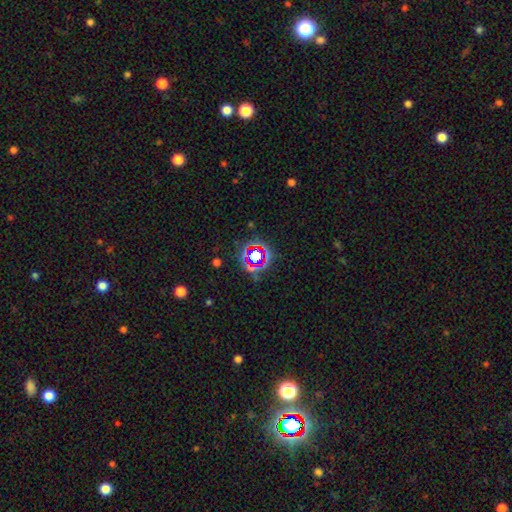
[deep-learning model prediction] Q: Smooth or featured?
A: star or artifact (70%); runner-up: smooth (19%)